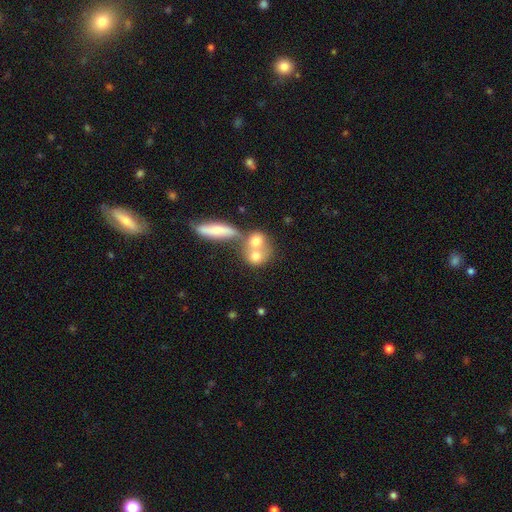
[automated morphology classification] The model was most divided on "merging": merger: 58%, none: 29%, minor disturbance: 8%, major disturbance: 5%. More confident: smooth or featured — smooth (68%); how rounded — round (64%).